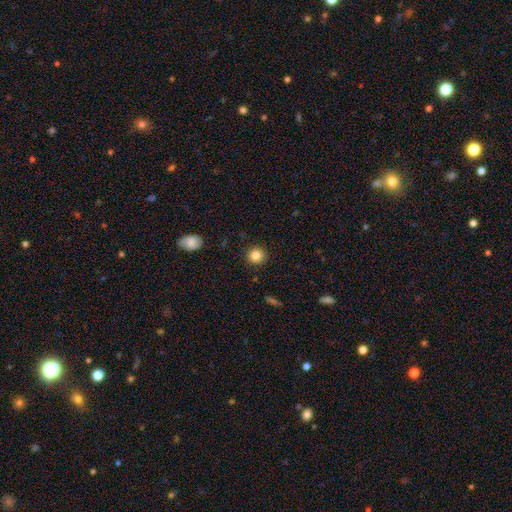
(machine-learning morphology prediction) A smooth galaxy with no disk features (84%) that is round (92%). Merging: none (91%).